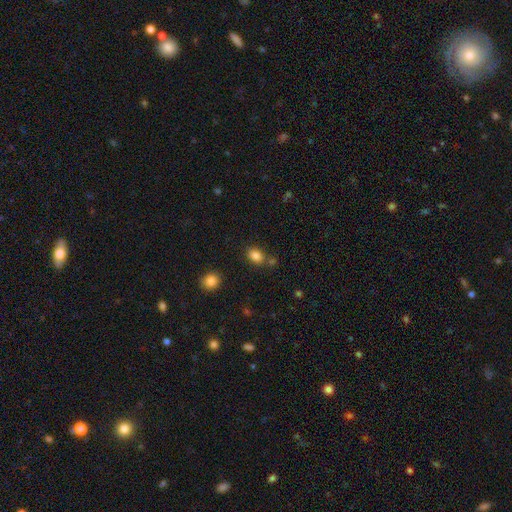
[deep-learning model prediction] smooth 84%, star or artifact 11%, featured or disk 5%. Down the decision tree: how rounded — in between (73%); merging — none (70%).